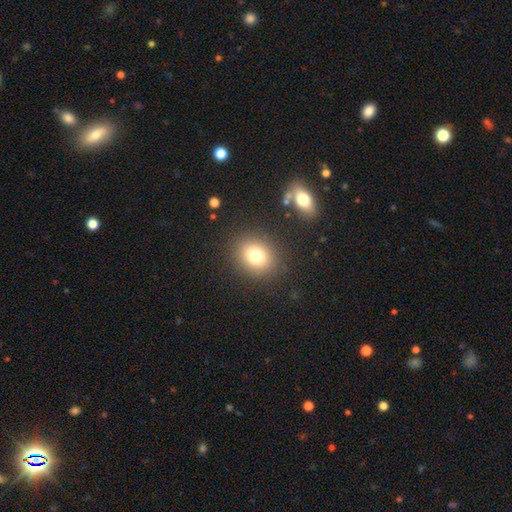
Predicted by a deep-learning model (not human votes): A smooth galaxy with no disk features (77%) that is round (70%). Merging: none (87%).